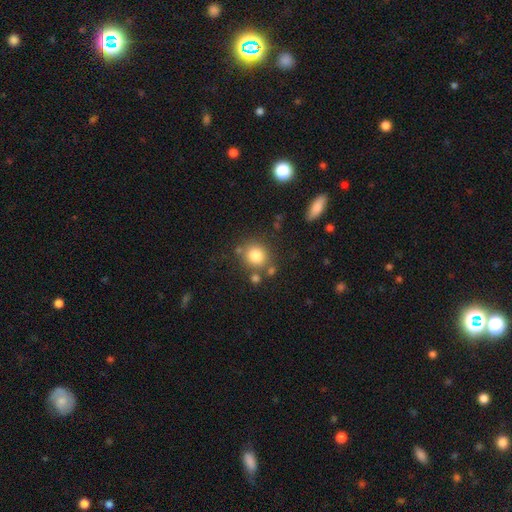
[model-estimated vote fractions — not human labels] Smooth or featured: smooth — 81% (star or artifact — 11%)
How rounded: round — 85% (in between — 14%)
Merging: none — 74% (minor disturbance — 11%)